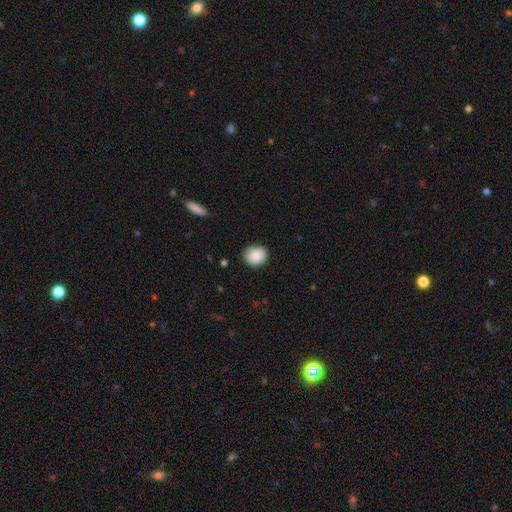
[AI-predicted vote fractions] This appears to be a smooth galaxy with no disk features (89%) that is round (71%). Merging: none (90%).